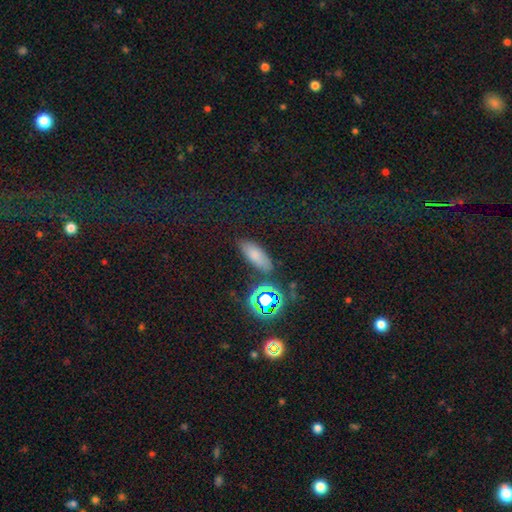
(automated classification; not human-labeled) Smooth or featured? smooth (68%)
How rounded? in between (75%)
Merging? none (80%)